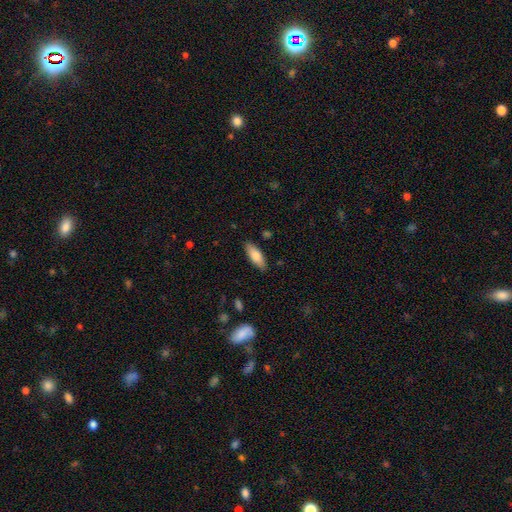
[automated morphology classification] smooth-or-featured: smooth: 77% | featured or disk: 17% | star or artifact: 6%
  how-rounded: in between: 65% | cigar-shaped: 33% | round: 2%
  merging: none: 87% | minor disturbance: 10% | major disturbance: 2% | merger: 1%